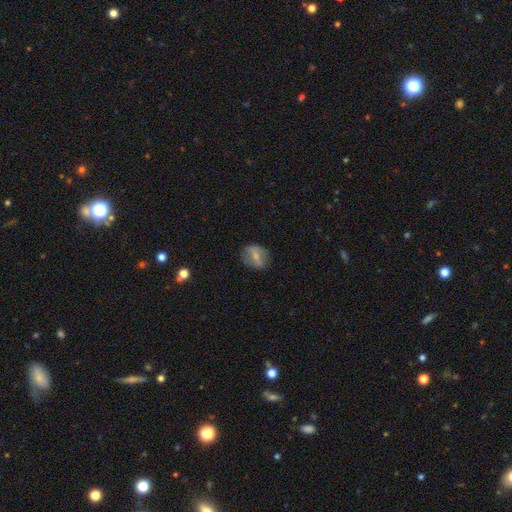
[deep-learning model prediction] Smooth or featured?
  - smooth: 50% *
  - featured or disk: 42%
  - star or artifact: 8%
Merging?
  - none: 78% *
  - minor disturbance: 15%
  - major disturbance: 5%
  - merger: 1%